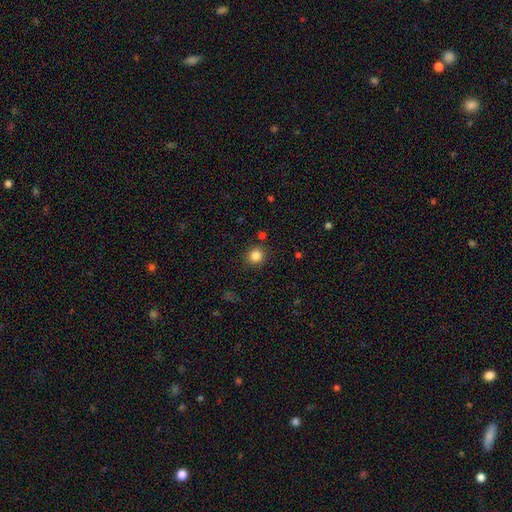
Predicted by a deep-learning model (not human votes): The model was most divided on "smooth or featured": smooth: 83%, star or artifact: 12%, featured or disk: 5%. More confident: how rounded — round (90%); merging — none (89%).